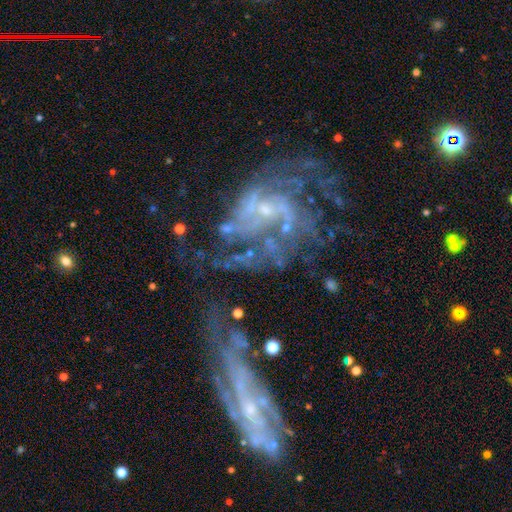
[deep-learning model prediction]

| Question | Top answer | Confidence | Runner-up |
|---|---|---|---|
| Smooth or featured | featured or disk | 82% | star or artifact (10%) |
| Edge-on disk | no | 96% | yes (4%) |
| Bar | no | 58% | weak (32%) |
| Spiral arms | yes | 86% | no (14%) |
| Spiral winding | tight | 39% | tied: medium (39%) |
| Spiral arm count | can't tell | 41% | 2 (19%) |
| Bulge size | small | 65% | none (18%) |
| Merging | none | 35% | major disturbance (26%) |